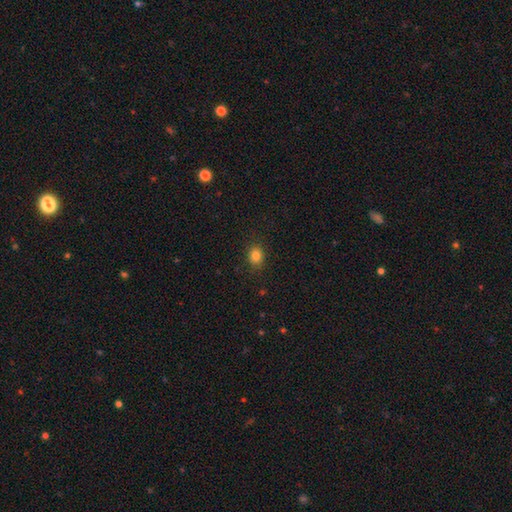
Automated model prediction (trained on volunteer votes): A smooth galaxy with no disk features (83%) that is round (60%). Merging: none (88%).